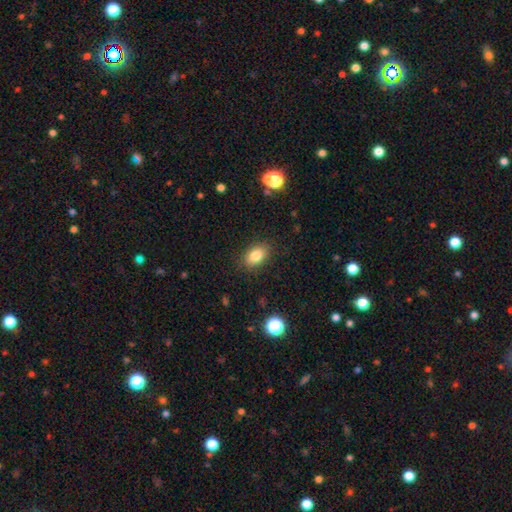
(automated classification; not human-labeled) A smooth galaxy with no disk features (83%) that is in between round and cigar-shaped (83%). Merging: none (86%).